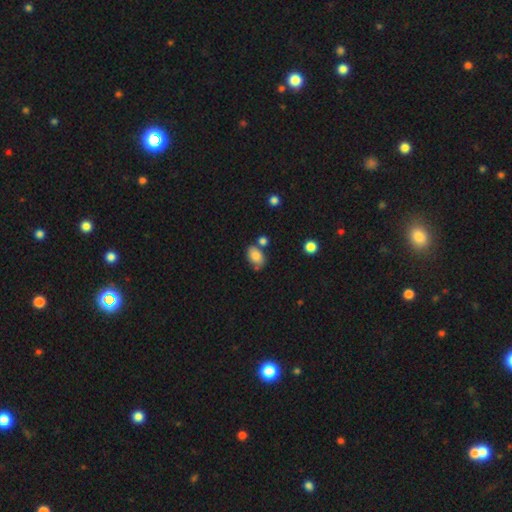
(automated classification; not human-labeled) A smooth galaxy with no disk features (80%) that is in between round and cigar-shaped (85%).

Vote fractions:
- Smooth or featured? smooth: 80% / featured or disk: 11% / star or artifact: 9%
- How rounded? in between: 85% / round: 14% / cigar-shaped: 1%
- Merging? none: 64% / minor disturbance: 18% / merger: 15% / major disturbance: 4%